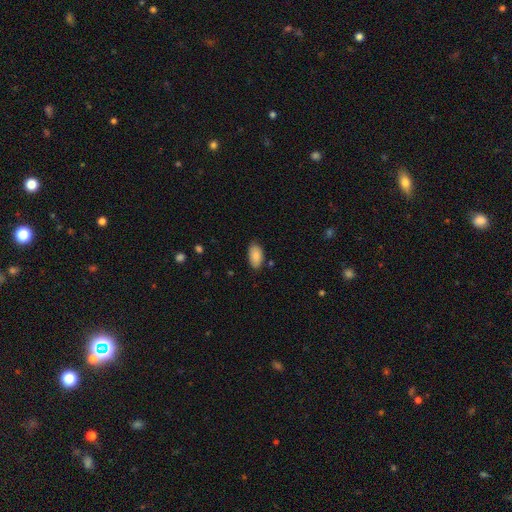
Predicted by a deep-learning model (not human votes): Overall: smooth (87%). How rounded: in between (95%). Merging: none (81%).